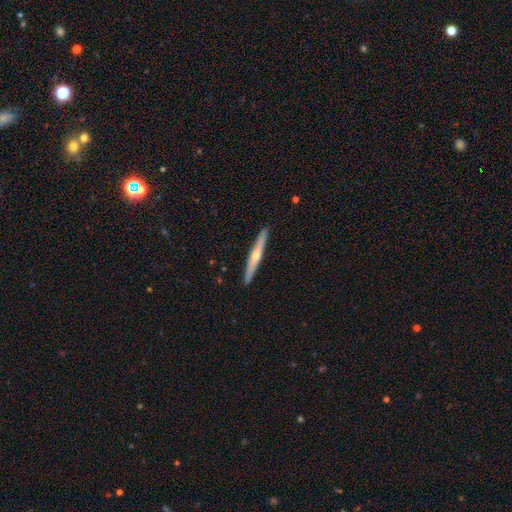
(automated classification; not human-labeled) Smooth or featured: featured or disk — 66% (smooth — 28%)
Edge-on disk: yes — 97% (no — 3%)
Edge-on bulge: rounded — 85% (none — 13%)
Merging: none — 92% (minor disturbance — 5%)